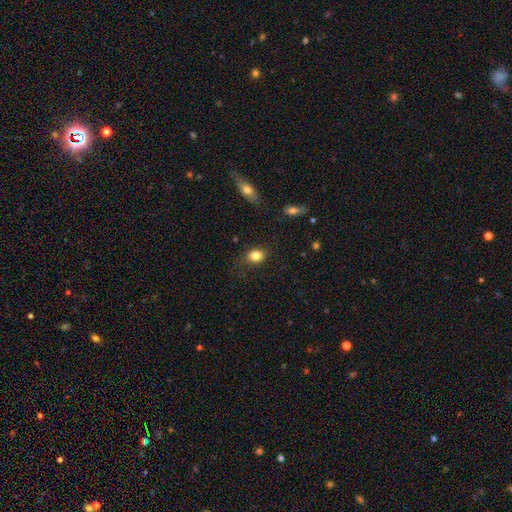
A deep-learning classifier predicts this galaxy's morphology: smooth 83%, star or artifact 10%, featured or disk 7%. Down the decision tree: how rounded — in between (52%); merging — none (72%).